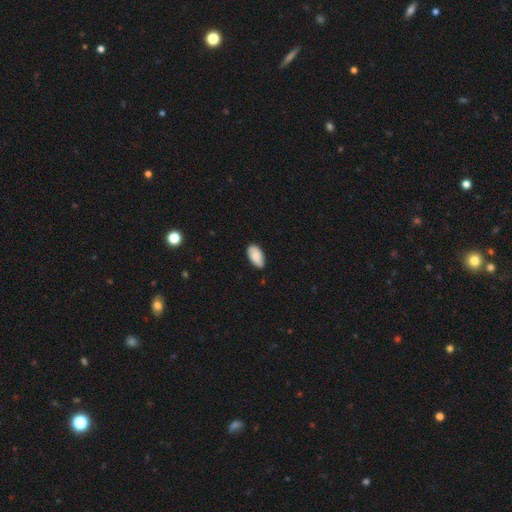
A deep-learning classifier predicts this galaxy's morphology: Q: Smooth or featured?
A: smooth (88%); runner-up: star or artifact (6%)
Q: How rounded?
A: in between (95%); runner-up: round (3%)
Q: Merging?
A: none (78%); runner-up: minor disturbance (18%)